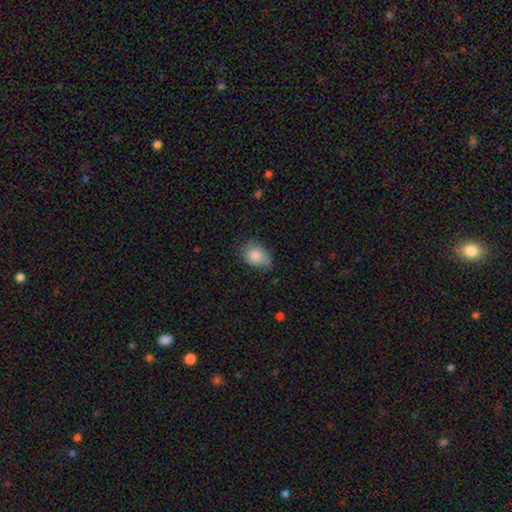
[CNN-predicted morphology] Smooth or featured? Predicted: smooth (p=0.85). How rounded? Predicted: in between (p=0.72). Merging? Predicted: none (p=0.56).